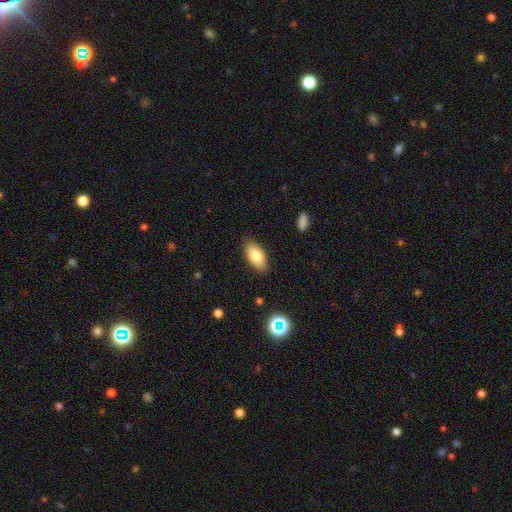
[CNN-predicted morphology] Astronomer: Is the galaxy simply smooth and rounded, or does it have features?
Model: smooth — 81%.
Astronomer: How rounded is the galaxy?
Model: in between — 92%.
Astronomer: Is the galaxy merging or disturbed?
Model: none — 85%.